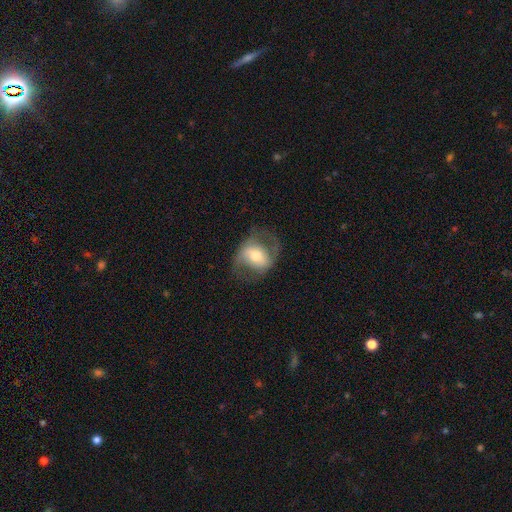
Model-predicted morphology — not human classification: This appears to be a featured or disk galaxy (68%) with no bar (38%), 2 (87%) medium (48%) spiral arms (78%) and a moderate central bulge (66%). Merging: none (66%).